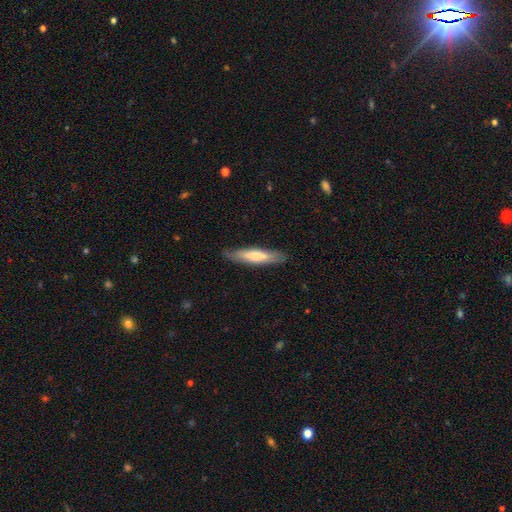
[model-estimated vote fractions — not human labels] A smooth galaxy with no disk features (57%) that is cigar-shaped (83%). Merging: none (85%).